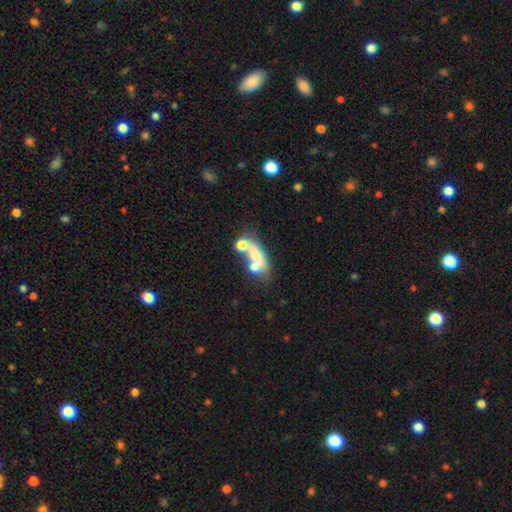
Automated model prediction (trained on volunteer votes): smooth_or_featured: smooth (p=0.53) [alt: featured or disk p=0.32]
how_rounded: in between (p=0.62) [alt: cigar-shaped p=0.24]
merging: merger (p=0.44) [alt: none p=0.30]